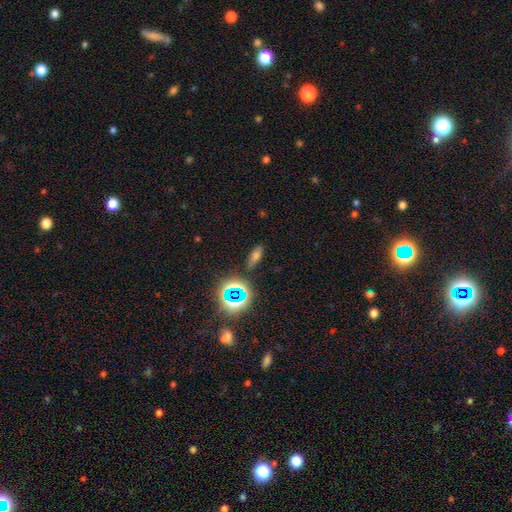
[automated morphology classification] This appears to be a smooth galaxy with no disk features (56%) that is in between round and cigar-shaped (60%). Merging: none (84%).